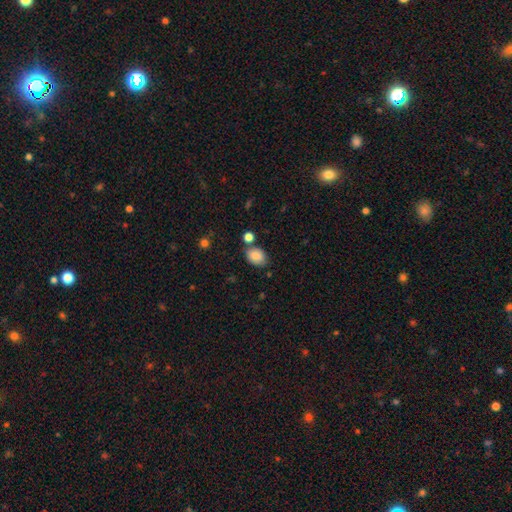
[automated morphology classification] Smooth or featured? Predicted: smooth (p=0.84). How rounded? Predicted: in between (p=0.72). Merging? Predicted: none (p=0.67).